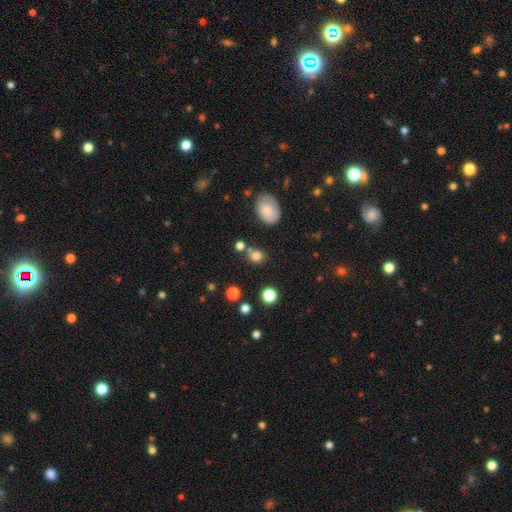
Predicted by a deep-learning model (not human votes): The model was most divided on "merging": none: 67%, merger: 17%, minor disturbance: 12%, major disturbance: 4%. More confident: smooth or featured — smooth (78%); how rounded — round (75%).